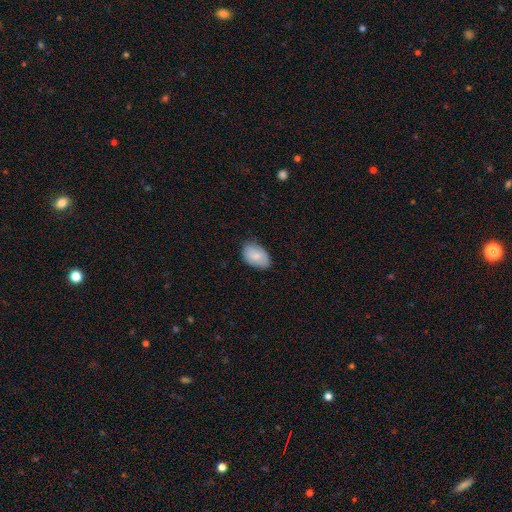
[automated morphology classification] The model was most divided on "merging": none: 77%, minor disturbance: 19%, major disturbance: 3%, merger: 1%. More confident: how rounded — in between (91%); smooth or featured — smooth (82%).